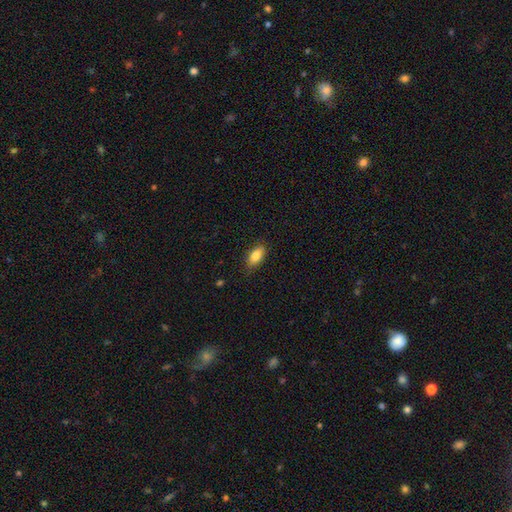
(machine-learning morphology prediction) smooth_or_featured: smooth (p=0.82) [alt: featured or disk p=0.10]
how_rounded: in between (p=0.86) [alt: cigar-shaped p=0.10]
merging: none (p=0.81) [alt: minor disturbance p=0.15]